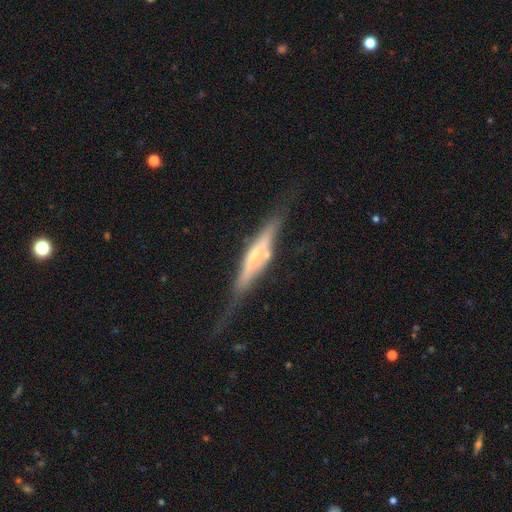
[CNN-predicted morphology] Smooth or featured? Predicted: featured or disk (p=0.72). Edge-on disk? Predicted: yes (p=0.92). Edge-on bulge? Predicted: rounded (p=0.68). Merging? Predicted: none (p=0.60).